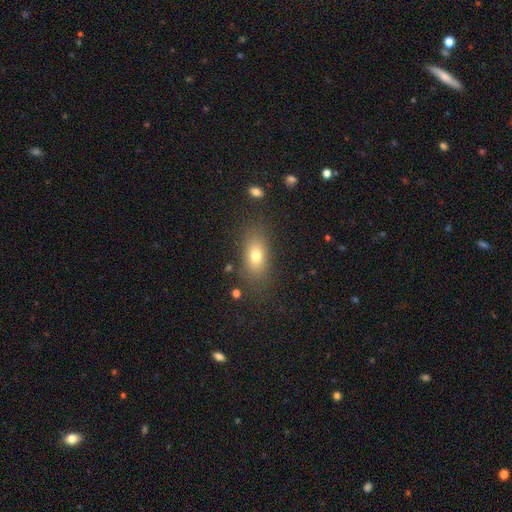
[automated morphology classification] Smooth or featured? Predicted: smooth (p=0.73). How rounded? Predicted: in between (p=0.81). Merging? Predicted: none (p=0.80).